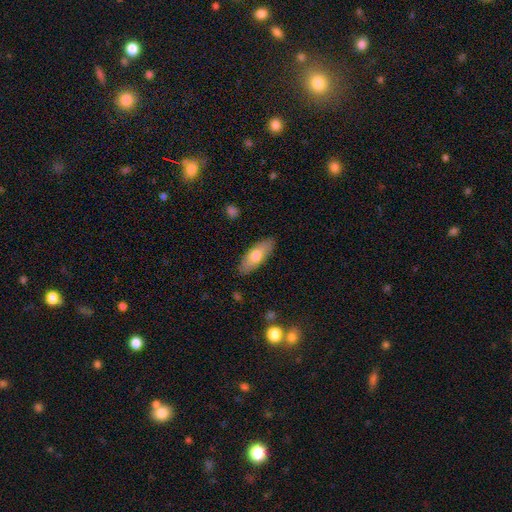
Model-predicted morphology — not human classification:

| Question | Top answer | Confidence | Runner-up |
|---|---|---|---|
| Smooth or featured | smooth | 71% | featured or disk (23%) |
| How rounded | in between | 70% | cigar-shaped (28%) |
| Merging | none | 87% | minor disturbance (10%) |